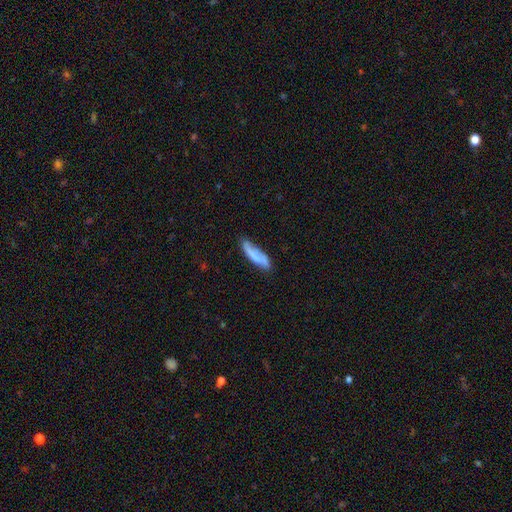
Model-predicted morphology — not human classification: Overall: smooth (62%; featured or disk 31%). How rounded: cigar-shaped (66%; in between 32%). Merging: none (58%; minor disturbance 29%).